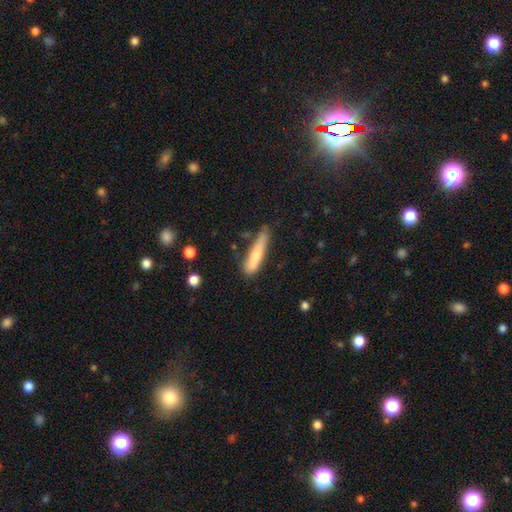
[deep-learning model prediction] Smooth or featured? smooth (70%)
How rounded? cigar-shaped (86%)
Merging? none (61%)